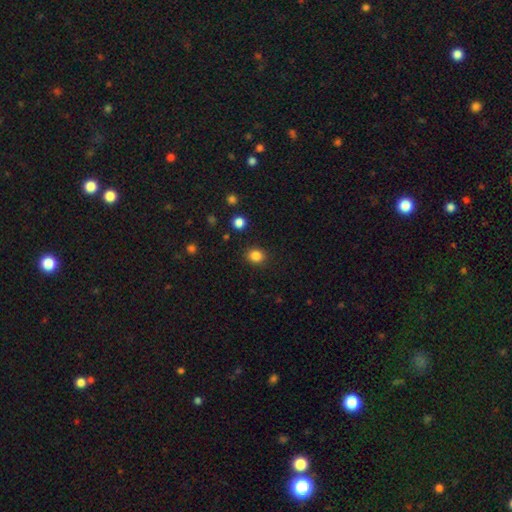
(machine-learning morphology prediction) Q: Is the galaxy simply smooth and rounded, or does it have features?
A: smooth — 85%.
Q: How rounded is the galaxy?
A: round — 67%.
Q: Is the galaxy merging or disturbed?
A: none — 89%.